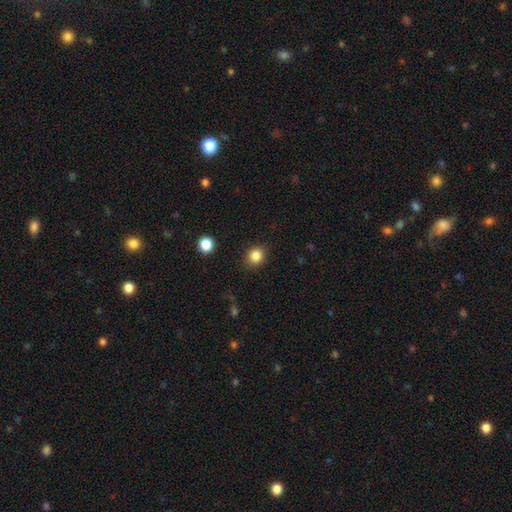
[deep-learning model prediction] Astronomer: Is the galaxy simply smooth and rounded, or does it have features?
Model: smooth — 84%.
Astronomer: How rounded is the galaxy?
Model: round — 79%.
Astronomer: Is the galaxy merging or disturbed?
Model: none — 88%.